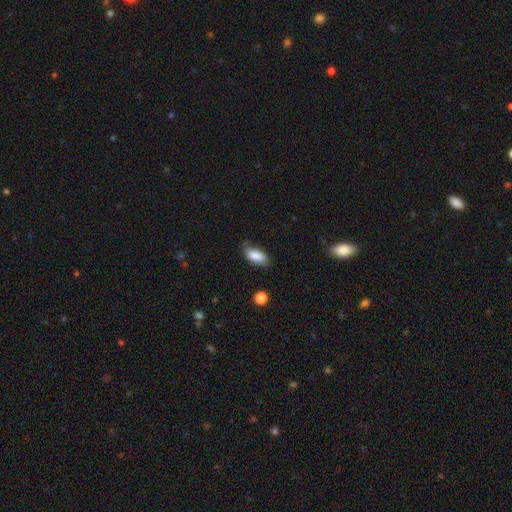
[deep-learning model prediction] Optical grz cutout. It shows a smooth galaxy with no disk features (87%) that is in between round and cigar-shaped (91%). Merging: none (69%).